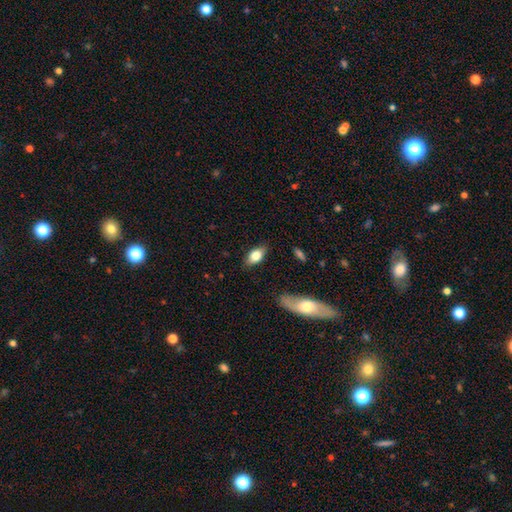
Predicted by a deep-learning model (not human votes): A smooth galaxy with no disk features (75%) that is in between round and cigar-shaped (87%). Merging: none (82%).